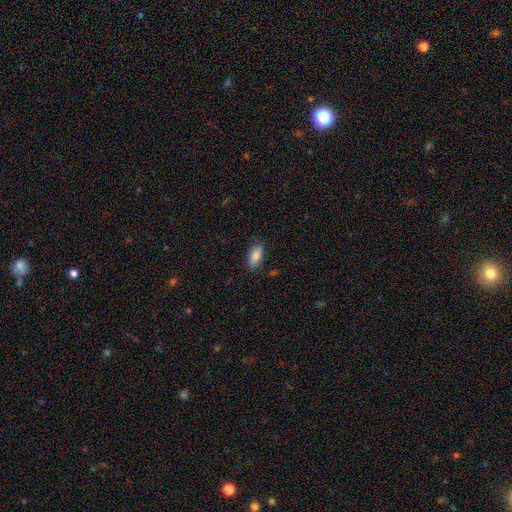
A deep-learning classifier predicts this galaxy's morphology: A smooth galaxy with no disk features (85%) that is in between round and cigar-shaped (88%). Merging: none (85%).